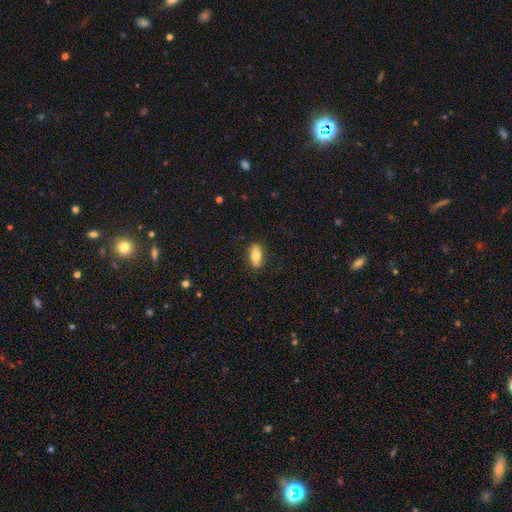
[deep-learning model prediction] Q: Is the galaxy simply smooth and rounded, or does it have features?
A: smooth — 77%.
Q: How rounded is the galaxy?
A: in between — 86%.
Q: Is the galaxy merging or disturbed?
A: none — 86%.